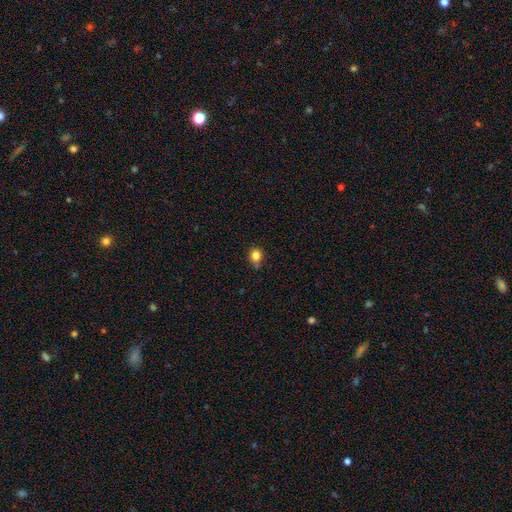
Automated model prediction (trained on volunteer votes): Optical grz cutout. It shows a smooth galaxy with no disk features (82%) that is round (76%). Merging: none (70%).